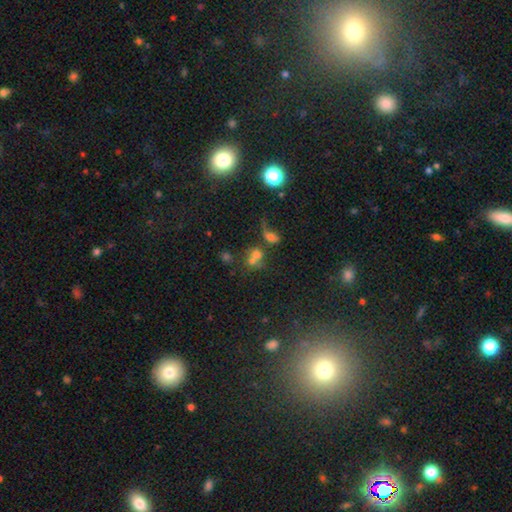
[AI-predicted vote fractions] The model was most divided on "merging": merger: 48%, none: 32%, major disturbance: 11%, minor disturbance: 9%. More confident: how rounded — round (67%); smooth or featured — smooth (51%).